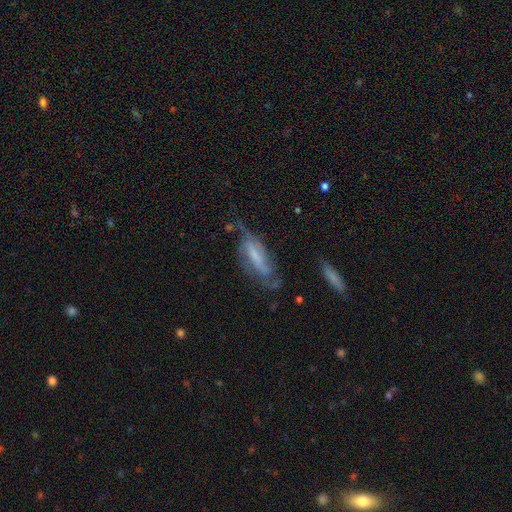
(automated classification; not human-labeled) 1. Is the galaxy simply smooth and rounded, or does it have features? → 71% featured or disk, 22% smooth, 8% star or artifact.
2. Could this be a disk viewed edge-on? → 83% no, 17% yes.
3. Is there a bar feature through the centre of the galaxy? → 40% weak, 33% strong, 27% no.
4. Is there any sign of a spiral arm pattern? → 87% yes, 13% no.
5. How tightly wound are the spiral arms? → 44% medium, 29% tight, 27% loose.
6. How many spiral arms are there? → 64% 2, 20% can't tell, 6% 3, 6% 1, 2% 4, 2% more than 4.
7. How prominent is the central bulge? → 39% small, 28% none, 24% moderate, 7% large, 2% dominant.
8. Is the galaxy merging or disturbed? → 51% none, 25% minor disturbance, 20% major disturbance, 4% merger.